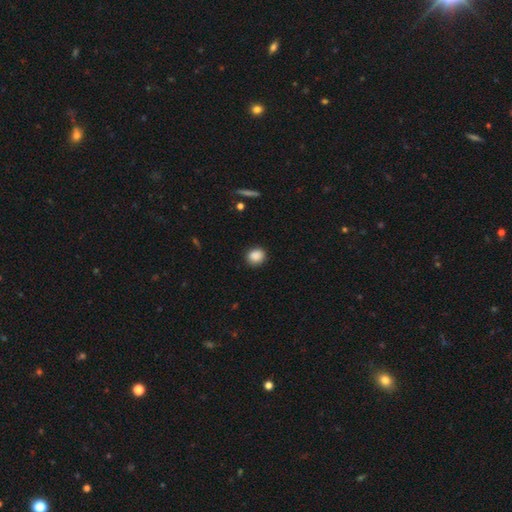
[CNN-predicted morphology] smooth_or_featured: smooth (p=0.88) [alt: star or artifact p=0.09]
how_rounded: round (p=0.73) [alt: in between p=0.25]
merging: none (p=0.87) [alt: minor disturbance p=0.10]